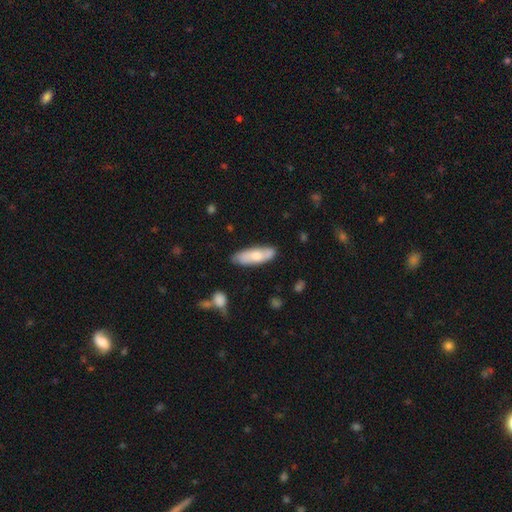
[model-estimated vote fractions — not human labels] Smooth or featured? Predicted: smooth (p=0.65). How rounded? Predicted: in between (p=0.54). Merging? Predicted: none (p=0.74).